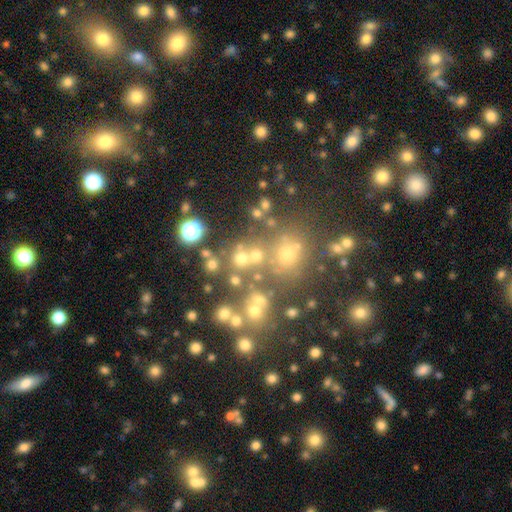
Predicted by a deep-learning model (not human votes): This appears to be a smooth galaxy with no disk features (55%) that is round (79%). Merging: none (61%).